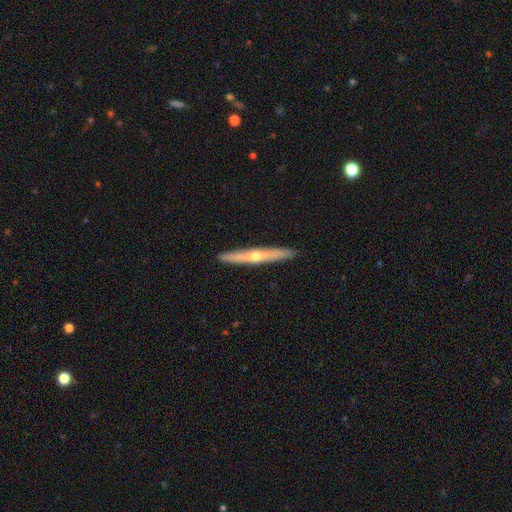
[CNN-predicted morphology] featured or disk 67%, smooth 27%, star or artifact 6%. Down the decision tree: edge-on disk — yes (94%); edge-on bulge — rounded (85%); merging — none (92%).